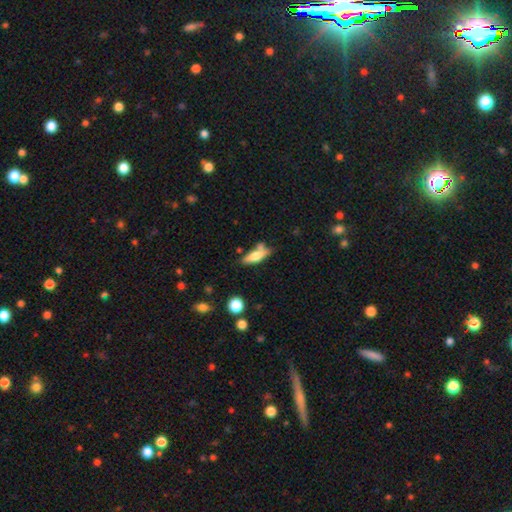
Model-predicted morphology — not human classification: The model was most divided on "how rounded": in between: 54%, cigar-shaped: 43%, round: 3%. More confident: smooth or featured — smooth (64%); merging — none (51%).